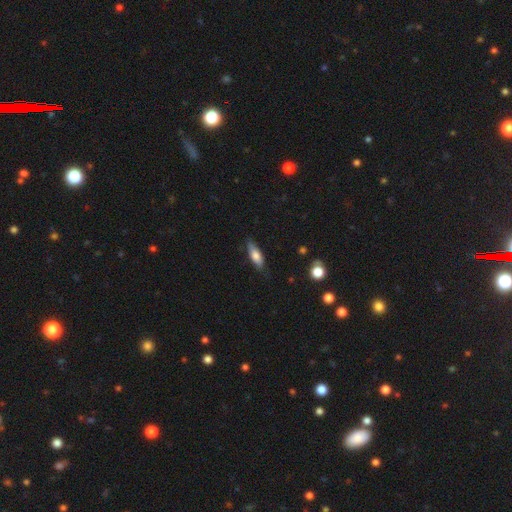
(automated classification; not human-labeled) This appears to be a smooth galaxy with no disk features (71%) that is in between round and cigar-shaped (60%). Merging: none (77%).